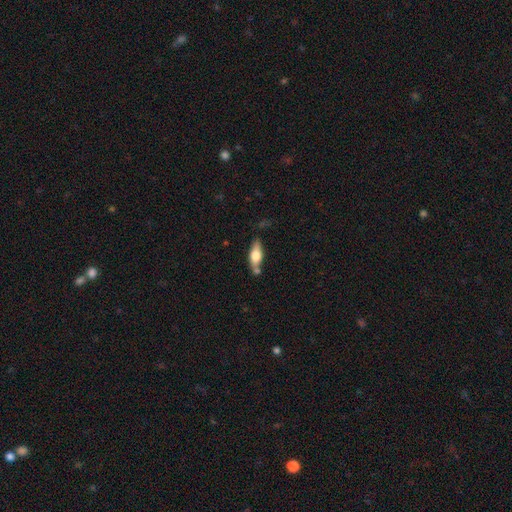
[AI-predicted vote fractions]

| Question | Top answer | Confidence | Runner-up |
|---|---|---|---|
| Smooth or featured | smooth | 59% | featured or disk (35%) |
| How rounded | in between | 66% | cigar-shaped (31%) |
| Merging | none | 63% | minor disturbance (19%) |